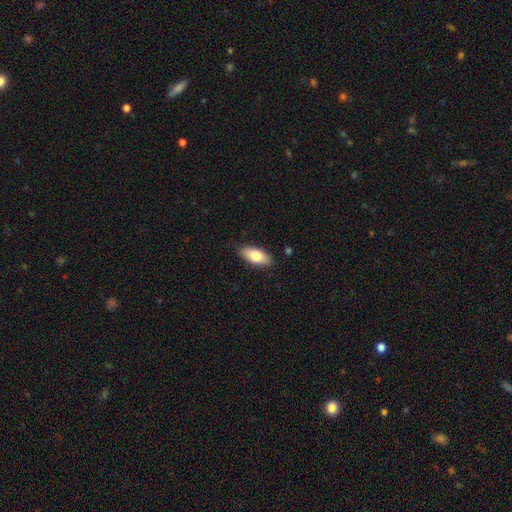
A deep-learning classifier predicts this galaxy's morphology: smooth-or-featured: smooth: 78% | featured or disk: 16% | star or artifact: 6%
  how-rounded: in between: 86% | cigar-shaped: 12% | round: 3%
  merging: none: 86% | minor disturbance: 11% | major disturbance: 2% | merger: 1%